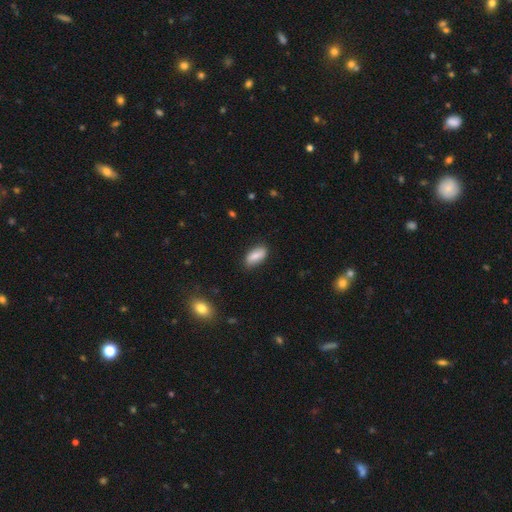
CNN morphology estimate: smooth_or_featured: smooth (p=0.76) [alt: featured or disk p=0.18]
how_rounded: in between (p=0.88) [alt: cigar-shaped p=0.08]
merging: none (p=0.82) [alt: minor disturbance p=0.14]